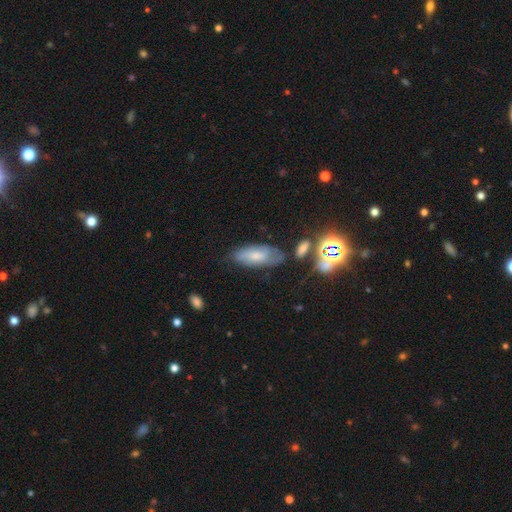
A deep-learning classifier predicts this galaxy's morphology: Q: Smooth or featured?
A: smooth (52%); runner-up: featured or disk (35%)
Q: How rounded?
A: in between (82%); runner-up: cigar-shaped (15%)
Q: Merging?
A: none (60%); runner-up: minor disturbance (25%)